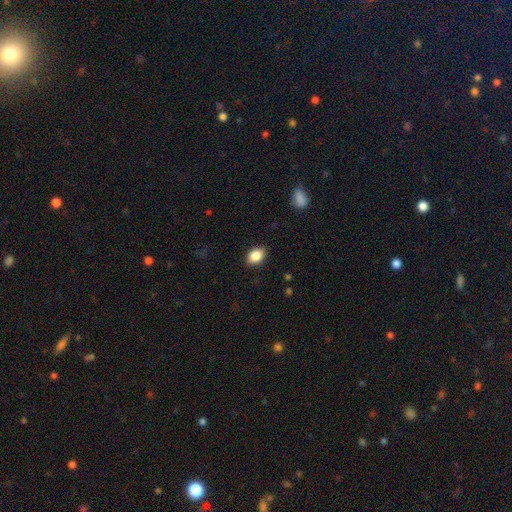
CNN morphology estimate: Smooth or featured? smooth (86%)
How rounded? in between (85%)
Merging? none (88%)